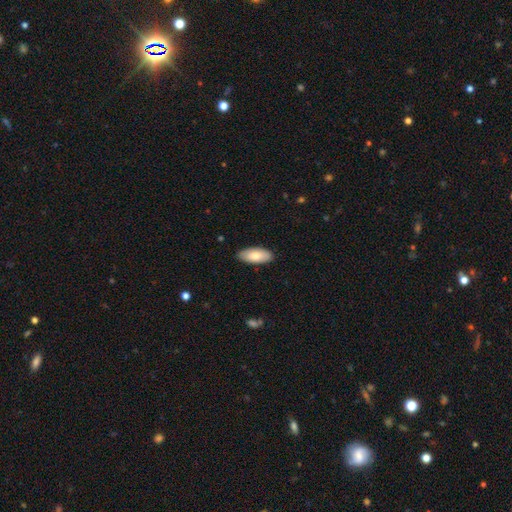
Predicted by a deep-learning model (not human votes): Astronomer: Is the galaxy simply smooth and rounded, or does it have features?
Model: smooth — 81%.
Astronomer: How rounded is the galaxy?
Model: in between — 87%.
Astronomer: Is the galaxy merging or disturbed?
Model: none — 87%.